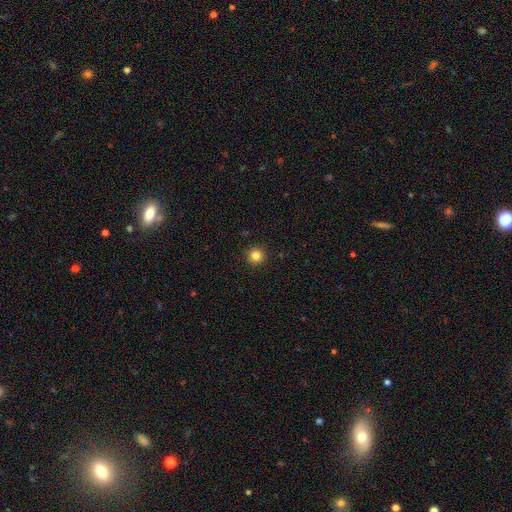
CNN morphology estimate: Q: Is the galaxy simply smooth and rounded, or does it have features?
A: smooth — 84%.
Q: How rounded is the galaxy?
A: round — 96%.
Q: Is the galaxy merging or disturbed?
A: none — 93%.